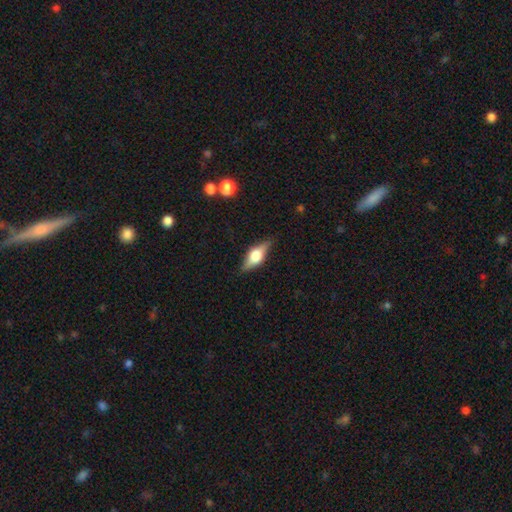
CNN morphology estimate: type=featured or disk (56%); edge-on=yes (94%); edge-on bulge=rounded (91%); merging=none (84%).